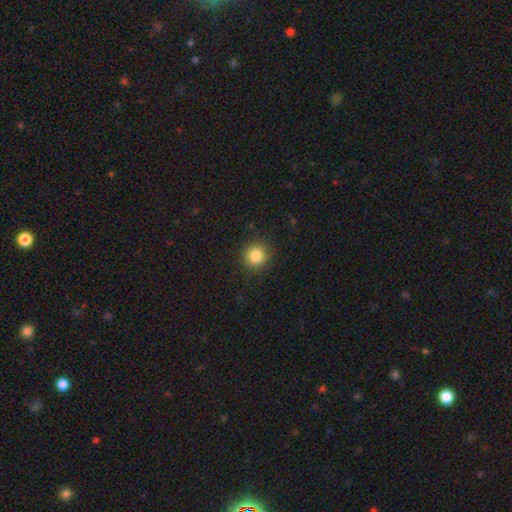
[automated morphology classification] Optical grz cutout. It shows a smooth galaxy with no disk features (84%) that is round (91%). Merging: none (88%).